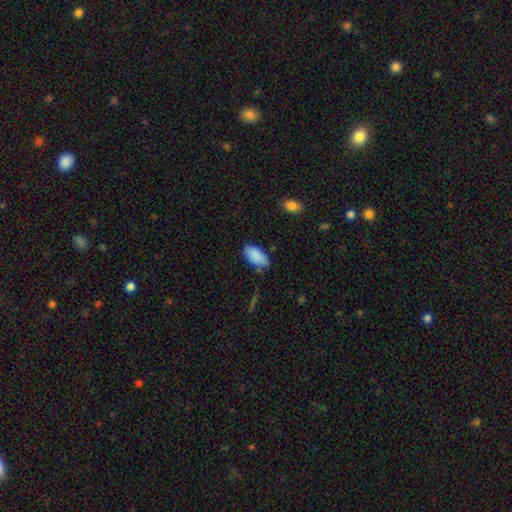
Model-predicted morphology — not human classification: A smooth galaxy with no disk features (88%) that is in between round and cigar-shaped (94%).

Vote fractions:
- Smooth or featured? smooth: 88% / star or artifact: 7% / featured or disk: 5%
- How rounded? in between: 94% / cigar-shaped: 4% / round: 2%
- Merging? none: 73% / minor disturbance: 21% / major disturbance: 4% / merger: 3%